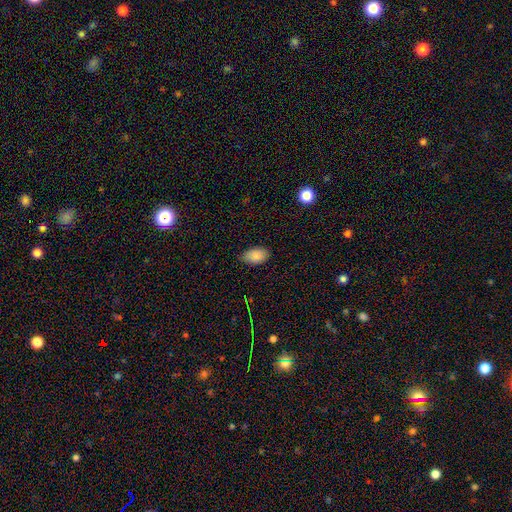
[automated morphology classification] This appears to be a smooth galaxy with no disk features (87%) that is in between round and cigar-shaped (92%). Merging: none (79%).